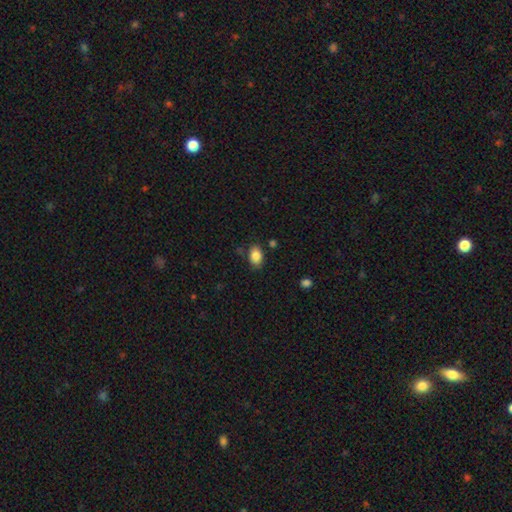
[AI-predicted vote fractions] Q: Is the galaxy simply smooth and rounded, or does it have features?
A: smooth — 85%.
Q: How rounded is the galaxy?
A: in between — 85%.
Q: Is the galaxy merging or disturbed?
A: none — 80%.